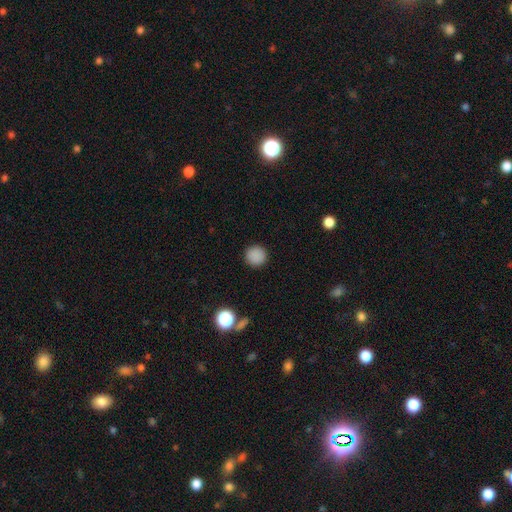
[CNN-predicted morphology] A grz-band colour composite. It shows a smooth galaxy with no disk features (86%) that is round (94%). Merging: none (92%).